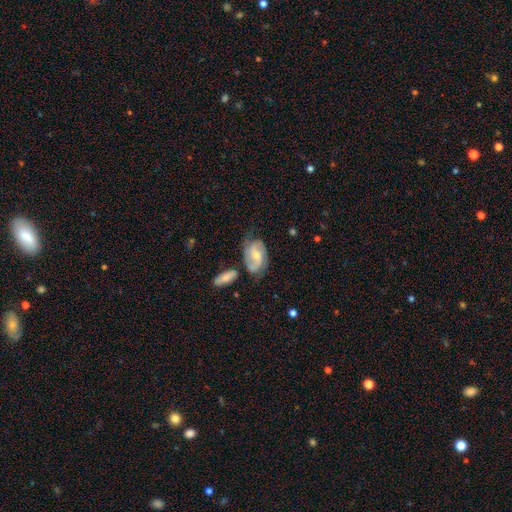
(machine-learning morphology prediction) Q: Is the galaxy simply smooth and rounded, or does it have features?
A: featured or disk — 67%.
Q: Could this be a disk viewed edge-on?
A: no — 95%.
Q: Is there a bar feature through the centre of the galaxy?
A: weak — 45%.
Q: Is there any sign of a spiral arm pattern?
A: yes — 88%.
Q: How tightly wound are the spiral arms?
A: medium — 42%.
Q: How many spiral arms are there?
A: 2 — 79%.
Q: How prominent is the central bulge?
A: moderate — 50%.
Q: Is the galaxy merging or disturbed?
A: none — 57%.